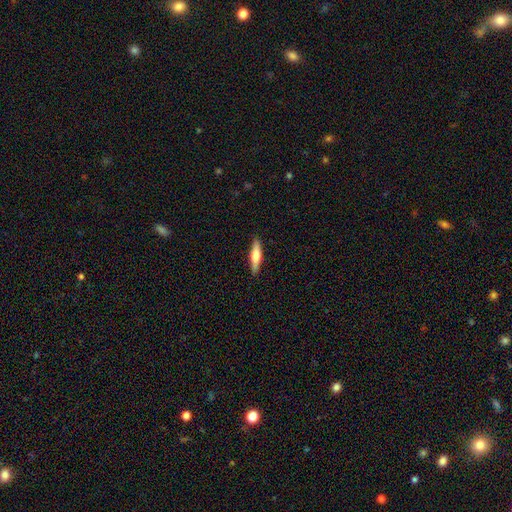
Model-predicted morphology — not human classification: A smooth galaxy with no disk features (51%) that is cigar-shaped (75%). Merging: none (88%).